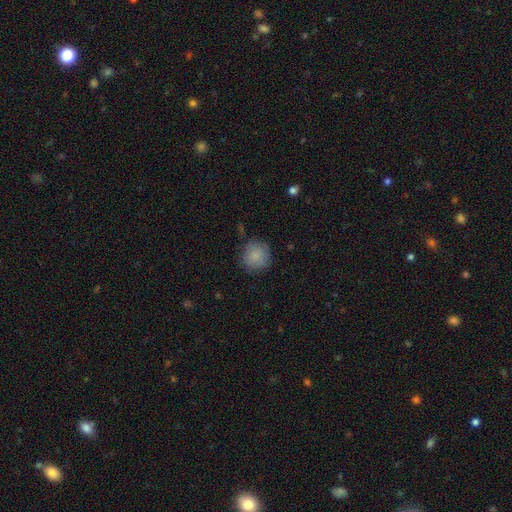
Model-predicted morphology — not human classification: smooth-or-featured: smooth: 84% | star or artifact: 8% | featured or disk: 8%
  how-rounded: round: 91% | in between: 8% | cigar-shaped: 1%
  merging: none: 78% | minor disturbance: 16% | major disturbance: 4% | merger: 2%